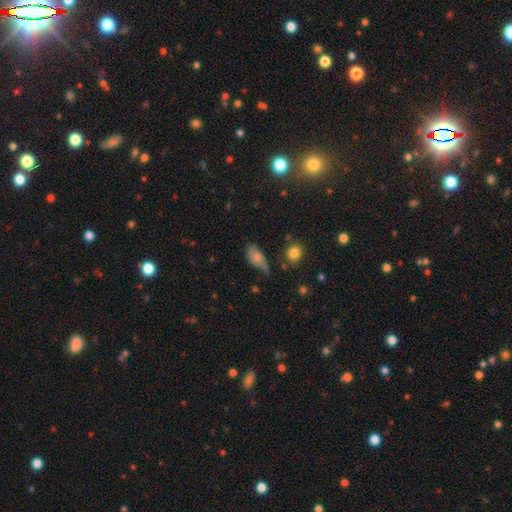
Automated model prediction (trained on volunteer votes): Smooth or featured? Predicted: smooth (p=0.70). How rounded? Predicted: in between (p=0.89). Merging? Predicted: none (p=0.42).